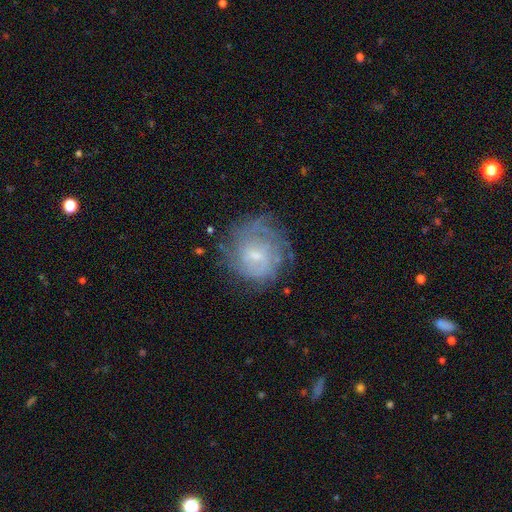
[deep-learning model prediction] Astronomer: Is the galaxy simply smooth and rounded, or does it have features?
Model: featured or disk — 66%.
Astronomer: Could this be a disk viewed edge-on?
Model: no — 97%.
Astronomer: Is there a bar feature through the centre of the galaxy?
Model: weak — 50% (runner-up: no, 42%).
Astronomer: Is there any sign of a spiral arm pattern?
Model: yes — 80%.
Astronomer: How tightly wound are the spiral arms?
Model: tight — 58%.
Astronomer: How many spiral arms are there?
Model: can't tell — 56%.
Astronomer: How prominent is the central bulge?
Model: small — 61%.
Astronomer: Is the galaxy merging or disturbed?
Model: none — 67%.